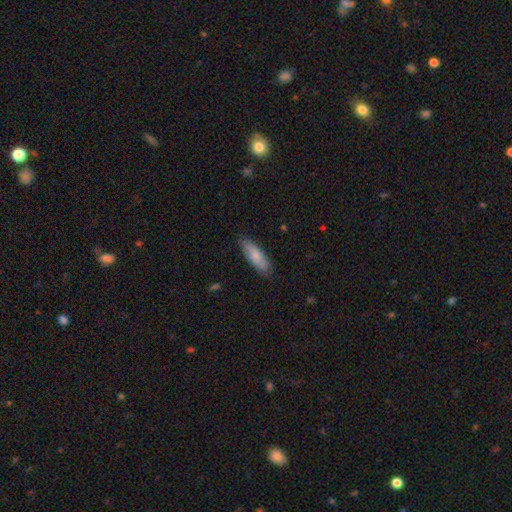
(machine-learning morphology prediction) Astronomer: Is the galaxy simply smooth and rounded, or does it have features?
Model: smooth — 79%.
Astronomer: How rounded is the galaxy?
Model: in between — 60% (runner-up: cigar-shaped, 39%).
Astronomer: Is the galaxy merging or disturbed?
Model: none — 83%.